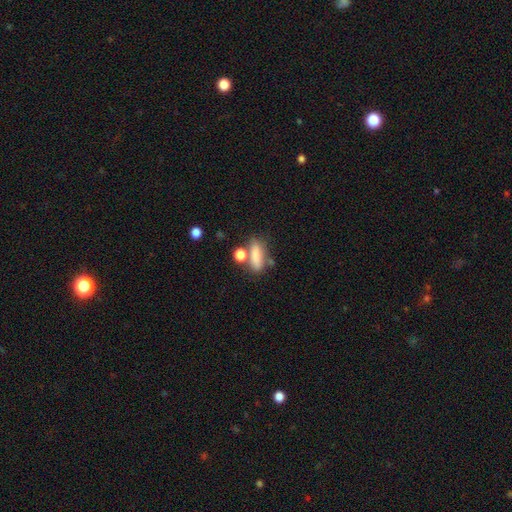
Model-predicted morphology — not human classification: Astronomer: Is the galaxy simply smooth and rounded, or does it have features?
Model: smooth — 79%.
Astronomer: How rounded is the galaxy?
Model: in between — 57% (runner-up: cigar-shaped, 34%).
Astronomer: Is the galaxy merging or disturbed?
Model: none — 54%.